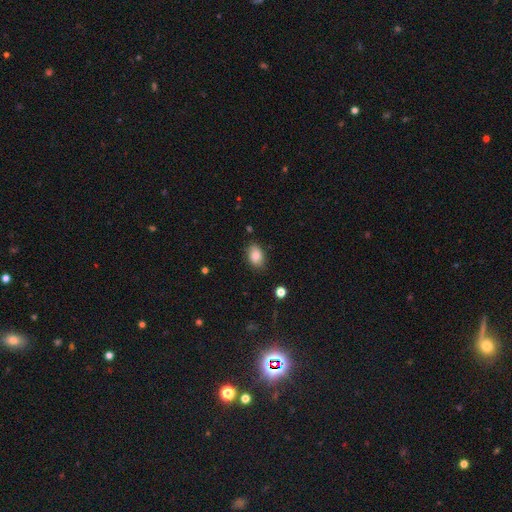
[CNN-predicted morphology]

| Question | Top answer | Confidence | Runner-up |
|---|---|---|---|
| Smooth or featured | smooth | 84% | star or artifact (8%) |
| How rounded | in between | 86% | round (13%) |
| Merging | none | 81% | minor disturbance (14%) |